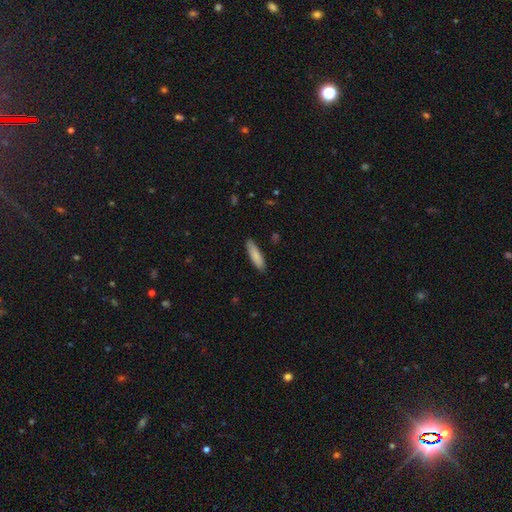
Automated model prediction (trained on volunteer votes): smooth-or-featured: smooth: 85% | featured or disk: 10% | star or artifact: 6%
  how-rounded: cigar-shaped: 65% | in between: 34% | round: 1%
  merging: none: 85% | minor disturbance: 12% | major disturbance: 2% | merger: 1%